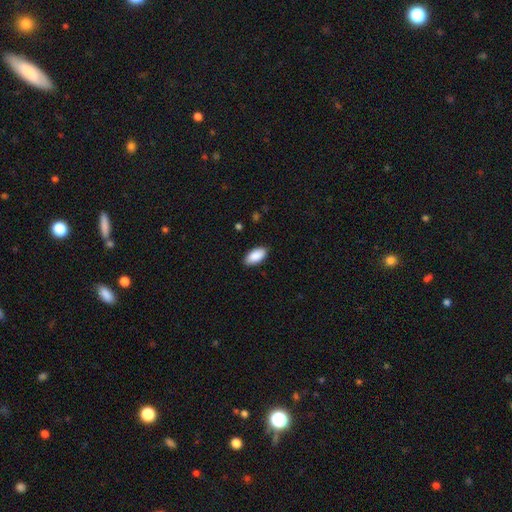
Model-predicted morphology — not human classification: A smooth galaxy with no disk features (90%) that is in between round and cigar-shaped (94%). Merging: none (88%).